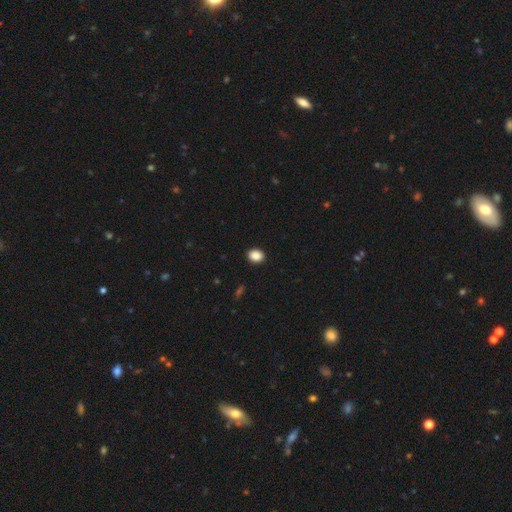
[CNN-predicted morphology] This appears to be a smooth galaxy with no disk features (89%) that is round (54%). Merging: none (92%).